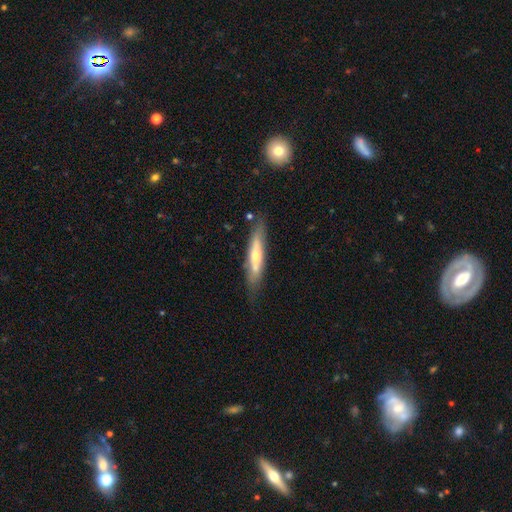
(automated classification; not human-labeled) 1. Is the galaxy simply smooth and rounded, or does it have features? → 51% featured or disk, 43% smooth, 6% star or artifact.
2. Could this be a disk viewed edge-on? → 74% yes, 26% no.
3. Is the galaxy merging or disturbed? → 73% none, 17% minor disturbance, 5% merger, 4% major disturbance.